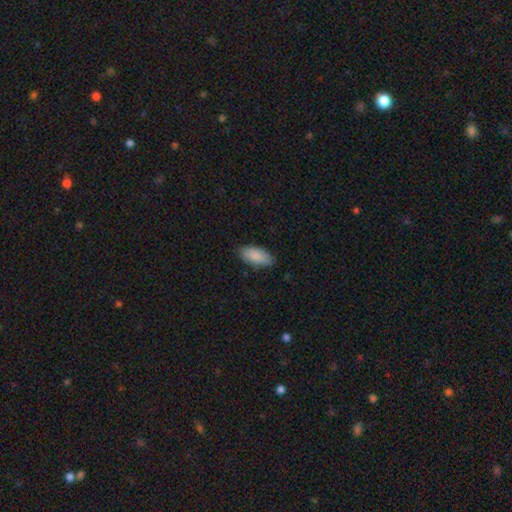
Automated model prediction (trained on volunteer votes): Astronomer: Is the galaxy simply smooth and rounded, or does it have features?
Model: smooth — 87%.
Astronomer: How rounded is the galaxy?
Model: in between — 89%.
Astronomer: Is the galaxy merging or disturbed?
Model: none — 80%.